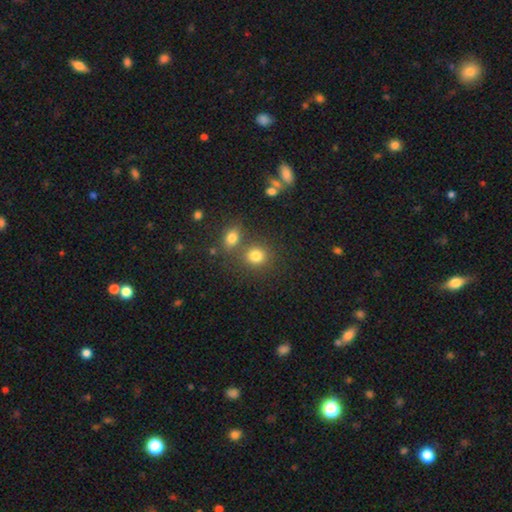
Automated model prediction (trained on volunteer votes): A smooth galaxy with no disk features (78%) that is round (77%).

Vote fractions:
- Smooth or featured? smooth: 78% / star or artifact: 14% / featured or disk: 7%
- How rounded? round: 77% / in between: 22% / cigar-shaped: 1%
- Merging? none: 63% / merger: 24% / minor disturbance: 9% / major disturbance: 4%